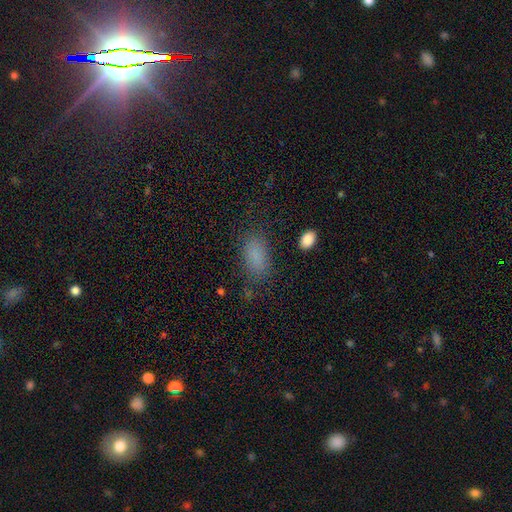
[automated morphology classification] Smooth or featured?
  - smooth: 83% *
  - star or artifact: 12%
  - featured or disk: 5%
How rounded?
  - in between: 90% *
  - round: 6%
  - cigar-shaped: 4%
Merging?
  - none: 77% *
  - minor disturbance: 15%
  - major disturbance: 7%
  - merger: 2%